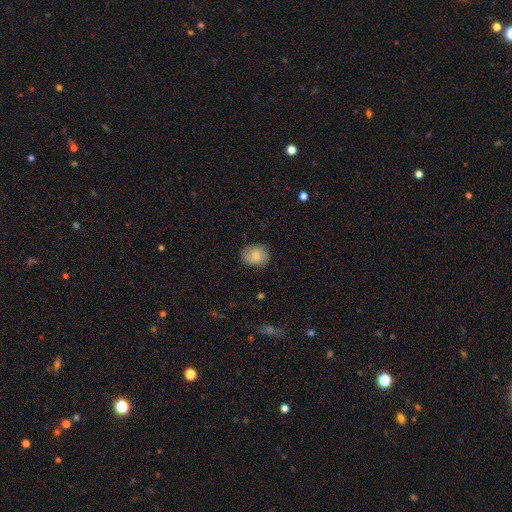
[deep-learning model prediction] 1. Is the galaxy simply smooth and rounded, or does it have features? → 80% smooth, 13% featured or disk, 7% star or artifact.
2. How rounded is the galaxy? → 59% round, 40% in between, 1% cigar-shaped.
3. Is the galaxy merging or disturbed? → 83% none, 14% minor disturbance, 3% major disturbance, 1% merger.